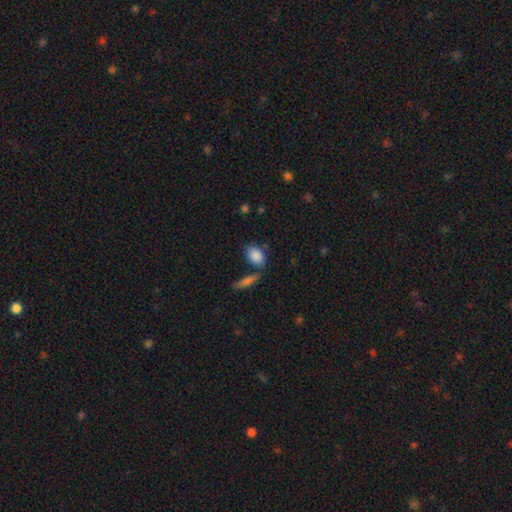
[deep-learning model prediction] This appears to be a smooth galaxy with no disk features (87%) that is in between round and cigar-shaped (85%). Merging: none (67%).